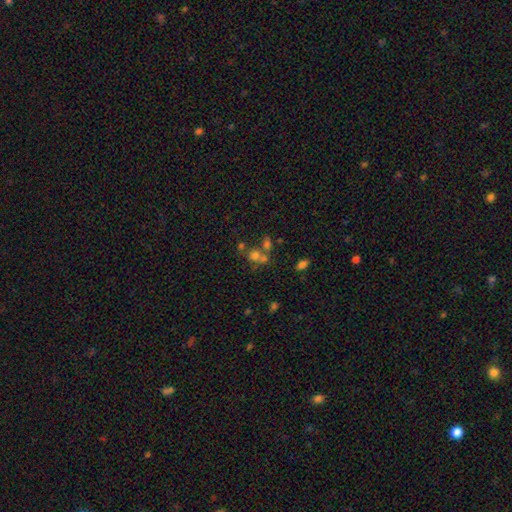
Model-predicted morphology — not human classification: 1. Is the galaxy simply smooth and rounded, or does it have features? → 56% smooth, 25% star or artifact, 18% featured or disk.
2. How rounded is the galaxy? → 71% round, 27% in between, 2% cigar-shaped.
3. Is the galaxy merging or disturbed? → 44% merger, 41% none, 9% minor disturbance, 6% major disturbance.